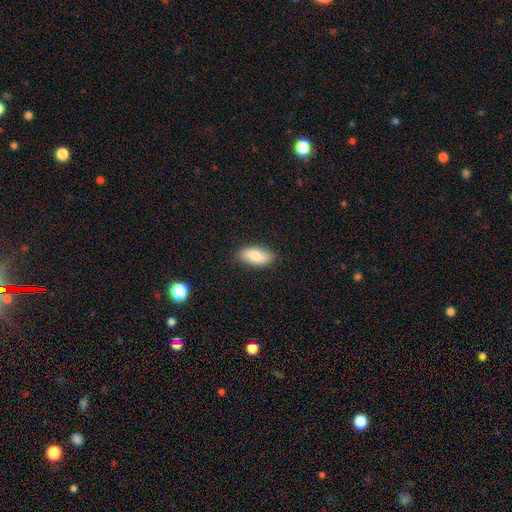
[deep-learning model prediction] Smooth or featured: smooth — 82% (featured or disk — 11%)
How rounded: in between — 88% (cigar-shaped — 10%)
Merging: none — 85% (minor disturbance — 11%)